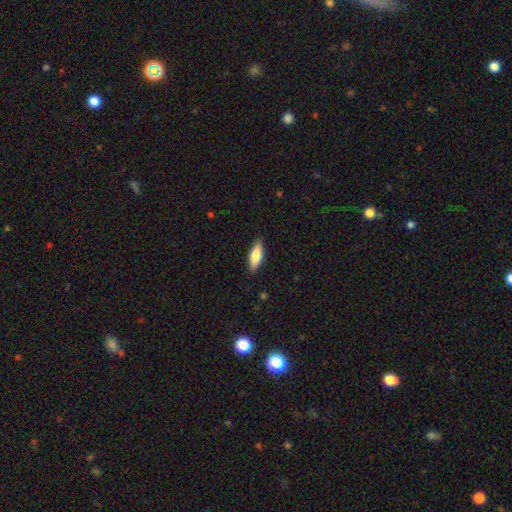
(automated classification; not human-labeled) The model was most divided on "how rounded": in between: 67%, cigar-shaped: 31%, round: 2%. More confident: merging — none (88%); smooth or featured — smooth (76%).